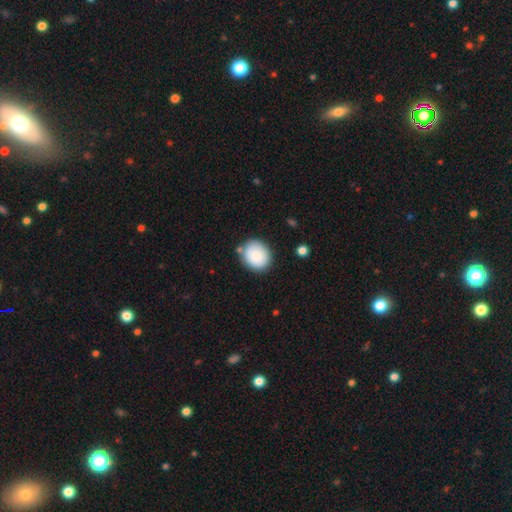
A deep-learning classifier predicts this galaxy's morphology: Q: Smooth or featured?
A: smooth (85%); runner-up: featured or disk (7%)
Q: How rounded?
A: round (73%); runner-up: in between (26%)
Q: Merging?
A: none (80%); runner-up: minor disturbance (12%)